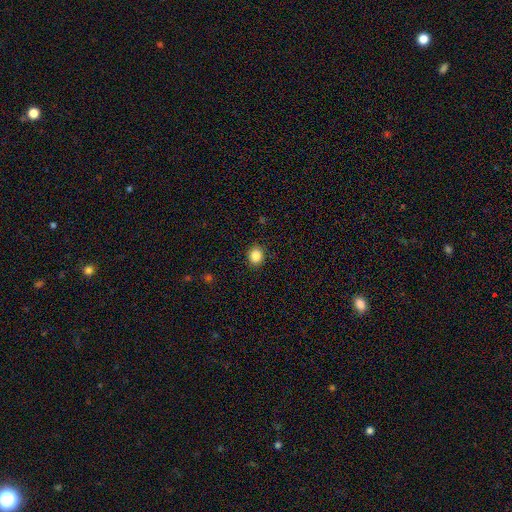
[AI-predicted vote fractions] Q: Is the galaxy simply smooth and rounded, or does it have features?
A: smooth — 86%.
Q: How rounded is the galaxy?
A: round — 75%.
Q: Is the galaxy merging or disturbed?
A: none — 90%.